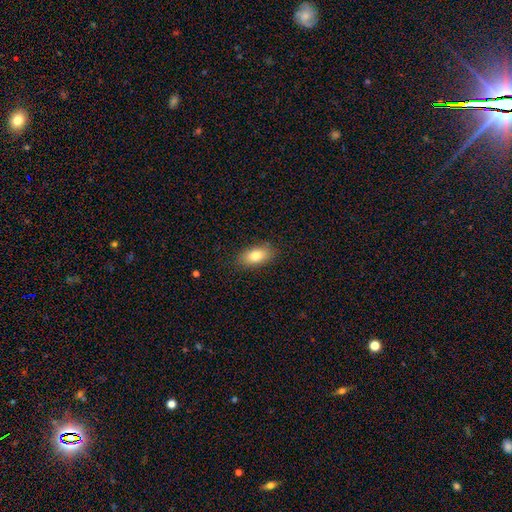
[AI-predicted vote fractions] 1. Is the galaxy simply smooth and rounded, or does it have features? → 82% smooth, 11% featured or disk, 8% star or artifact.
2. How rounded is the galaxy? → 89% in between, 5% cigar-shaped, 5% round.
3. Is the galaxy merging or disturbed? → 85% none, 11% minor disturbance, 3% major disturbance, 1% merger.